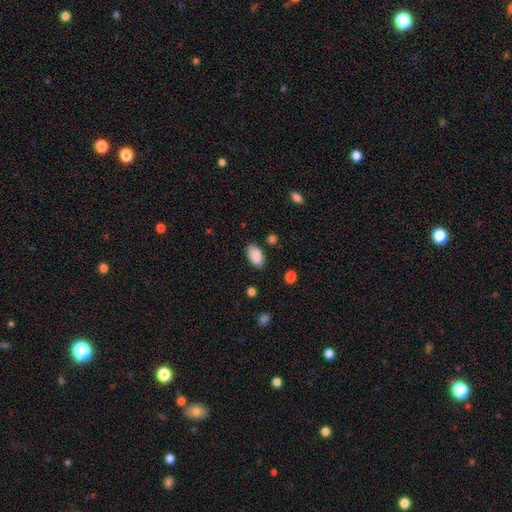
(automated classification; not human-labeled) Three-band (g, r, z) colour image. It shows a smooth galaxy with no disk features (89%) that is in between round and cigar-shaped (94%). Merging: none (84%).